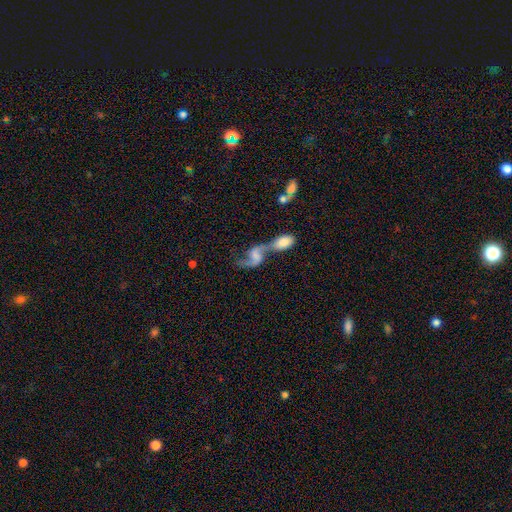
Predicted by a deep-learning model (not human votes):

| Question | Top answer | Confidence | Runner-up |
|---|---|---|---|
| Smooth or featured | featured or disk | 70% | smooth (22%) |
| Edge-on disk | no | 94% | yes (6%) |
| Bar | no | 42% | weak (39%) |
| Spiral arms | yes | 87% | no (13%) |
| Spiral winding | loose | 83% | medium (14%) |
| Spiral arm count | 2 | 86% | 1 (8%) |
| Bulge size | none | 41% | small (22%) |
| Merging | merger | 71% | none (16%) |